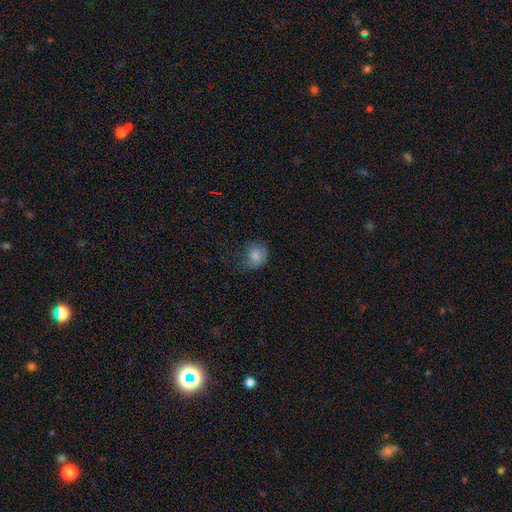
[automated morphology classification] This is likely a smooth galaxy (78%). How rounded: likely round (65%). Merging: possibly none (50%).